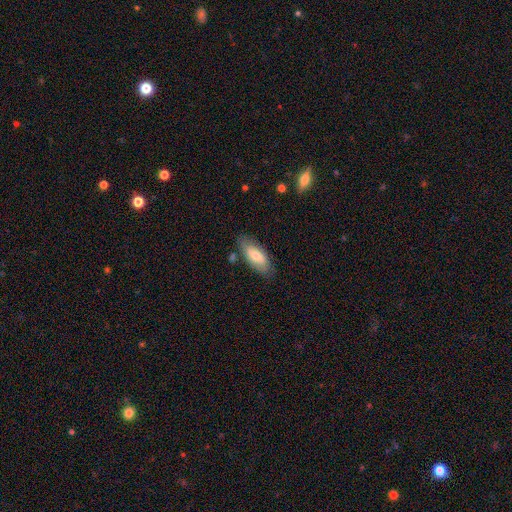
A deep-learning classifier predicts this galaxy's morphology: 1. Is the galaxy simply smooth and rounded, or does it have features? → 66% smooth, 28% featured or disk, 6% star or artifact.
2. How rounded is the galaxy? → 83% in between, 15% cigar-shaped, 2% round.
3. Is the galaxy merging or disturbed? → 77% none, 16% minor disturbance, 3% major disturbance, 3% merger.